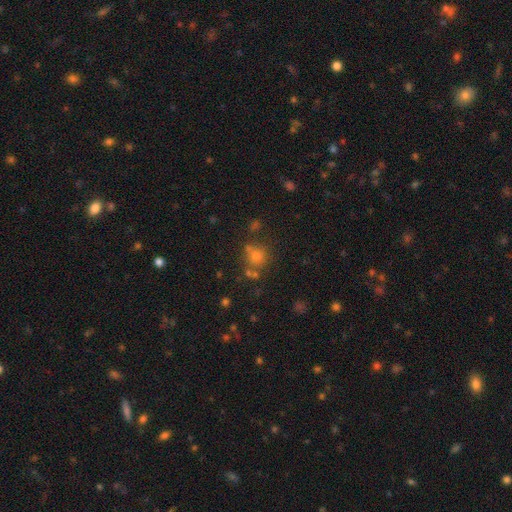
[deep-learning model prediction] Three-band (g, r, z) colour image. It shows a smooth galaxy with no disk features (66%) that is round (80%). Merging: none (62%).